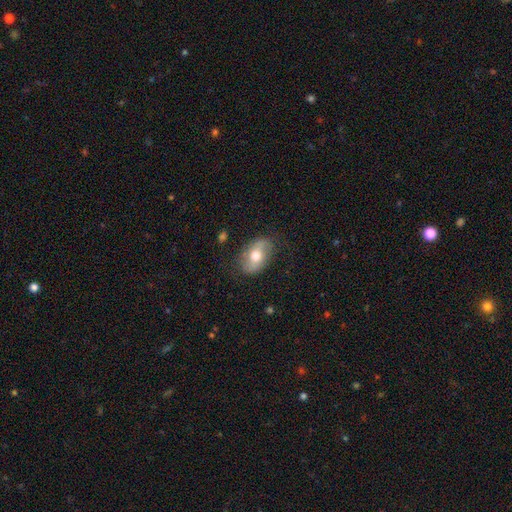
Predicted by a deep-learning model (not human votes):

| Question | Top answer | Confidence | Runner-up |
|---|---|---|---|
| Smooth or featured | smooth | 52% | featured or disk (41%) |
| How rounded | in between | 86% | round (12%) |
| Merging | none | 79% | minor disturbance (15%) |